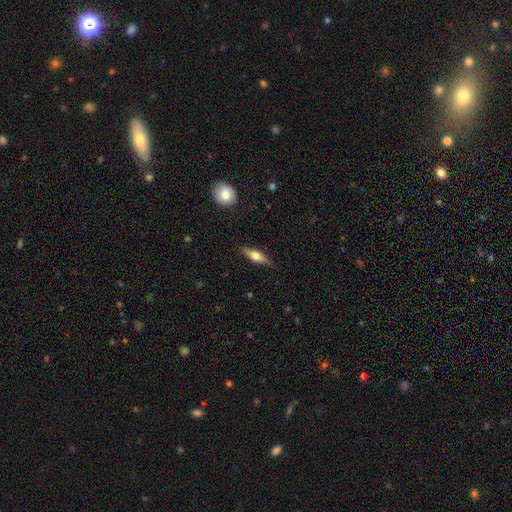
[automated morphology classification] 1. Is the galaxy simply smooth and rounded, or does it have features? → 52% smooth, 42% featured or disk, 6% star or artifact.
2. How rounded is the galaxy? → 57% cigar-shaped, 40% in between, 3% round.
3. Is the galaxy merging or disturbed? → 85% none, 11% minor disturbance, 2% major disturbance, 1% merger.